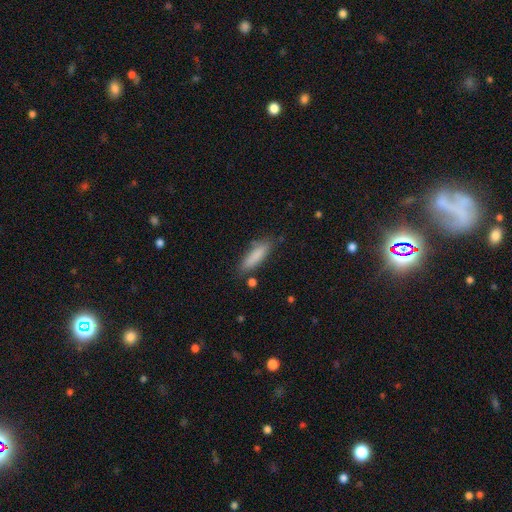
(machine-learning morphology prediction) smooth 84%, featured or disk 9%, star or artifact 7%. Down the decision tree: how rounded — cigar-shaped (61%); merging — none (77%).